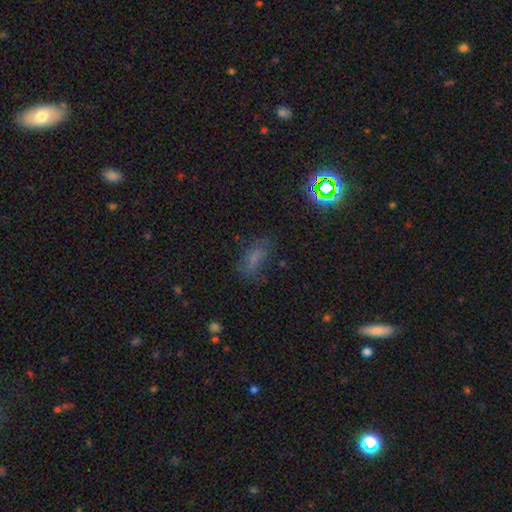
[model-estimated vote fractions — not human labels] This appears to be a smooth galaxy with no disk features (54%) that is in between round and cigar-shaped (78%). Merging: none (60%).